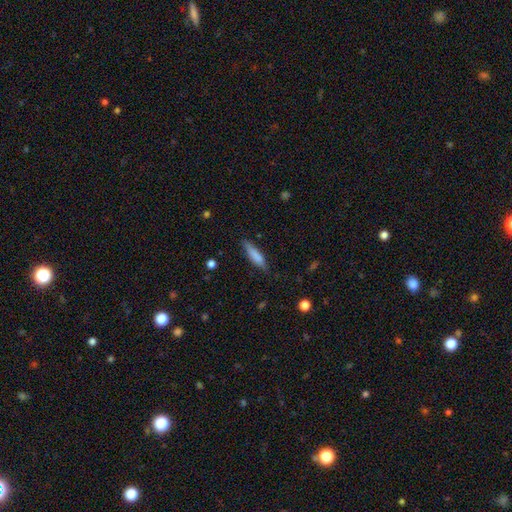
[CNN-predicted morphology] A smooth galaxy with no disk features (77%) that is cigar-shaped (79%). Merging: none (80%).